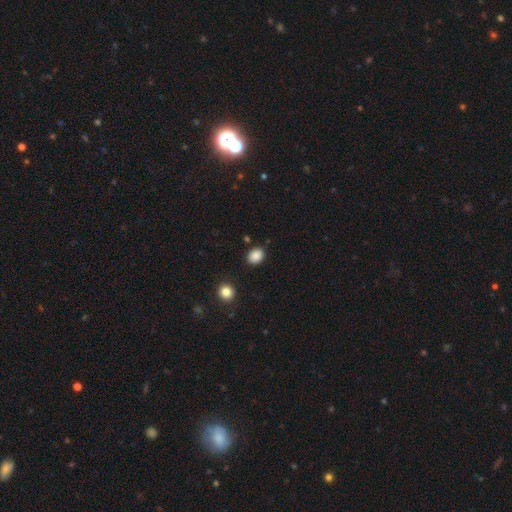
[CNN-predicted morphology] smooth_or_featured: smooth (p=0.88) [alt: star or artifact p=0.09]
how_rounded: round (p=0.50) [alt: in between p=0.49]
merging: none (p=0.86) [alt: minor disturbance p=0.09]